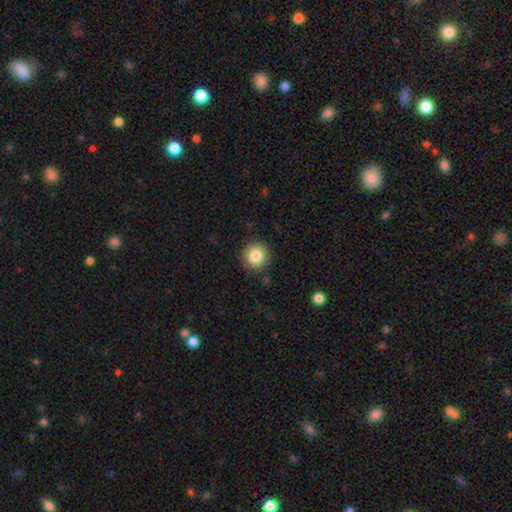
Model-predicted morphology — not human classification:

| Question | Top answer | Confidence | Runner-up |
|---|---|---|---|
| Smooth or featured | smooth | 84% | star or artifact (9%) |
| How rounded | round | 94% | in between (5%) |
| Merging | none | 90% | minor disturbance (7%) |